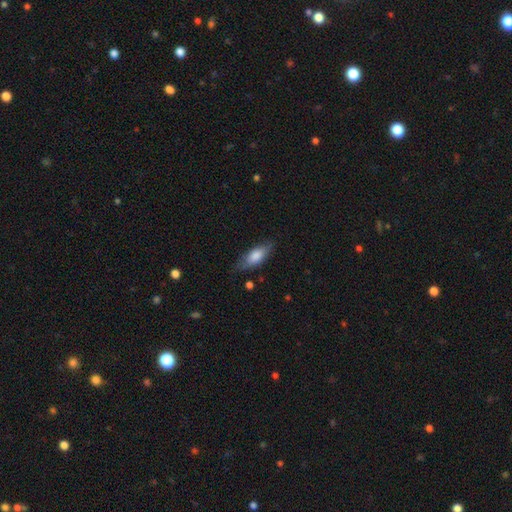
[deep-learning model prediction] smooth_or_featured: smooth (p=0.73) [alt: featured or disk p=0.21]
how_rounded: in between (p=0.73) [alt: cigar-shaped p=0.25]
merging: none (p=0.72) [alt: minor disturbance p=0.22]